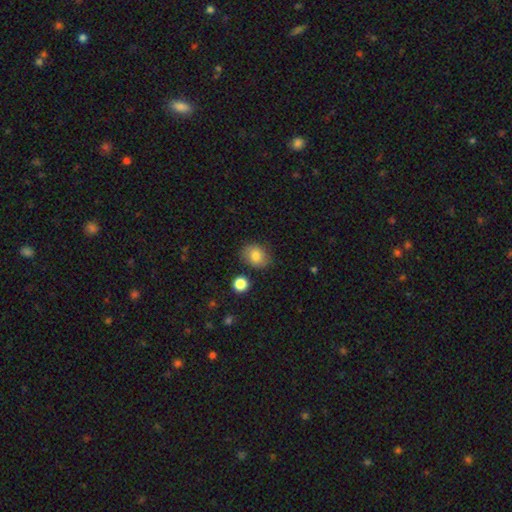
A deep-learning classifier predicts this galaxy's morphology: The model was most divided on "how rounded": in between: 54%, round: 45%, cigar-shaped: 1%. More confident: smooth or featured — smooth (80%); merging — none (78%).